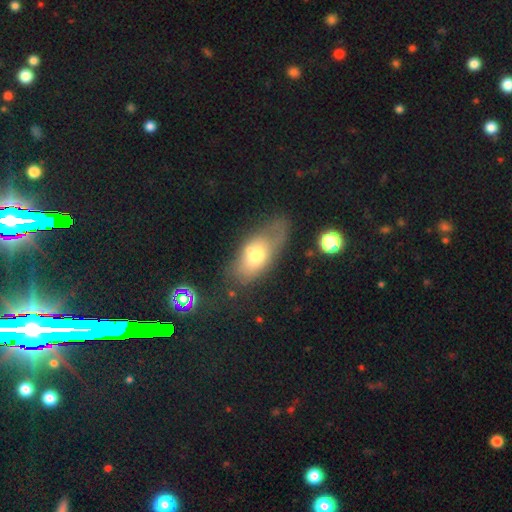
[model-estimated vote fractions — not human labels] Smooth or featured? smooth (62%)
How rounded? in between (88%)
Merging? none (38%)